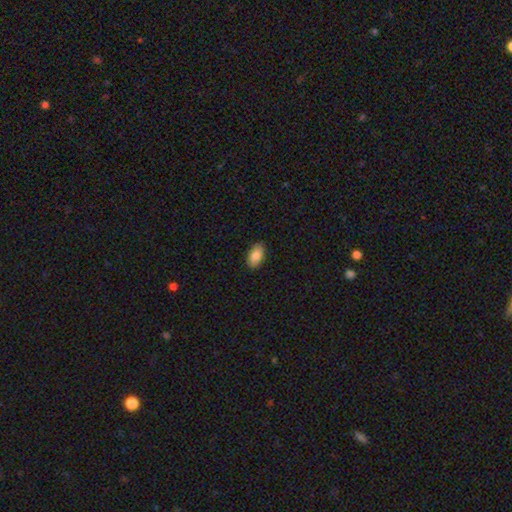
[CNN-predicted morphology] A smooth galaxy with no disk features (87%) that is in between round and cigar-shaped (94%).

Vote fractions:
- Smooth or featured? smooth: 87% / star or artifact: 7% / featured or disk: 6%
- How rounded? in between: 94% / round: 4% / cigar-shaped: 2%
- Merging? none: 88% / minor disturbance: 9% / major disturbance: 2% / merger: 1%